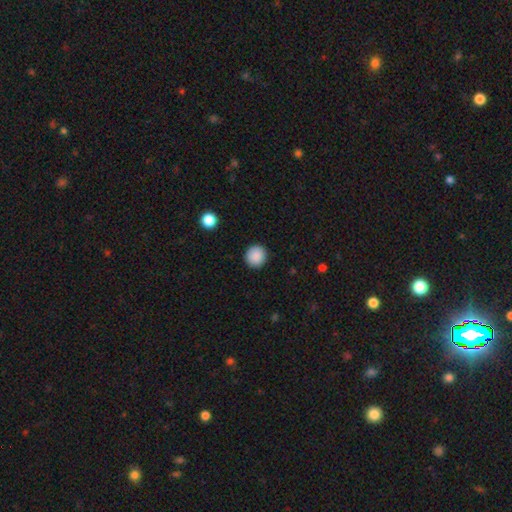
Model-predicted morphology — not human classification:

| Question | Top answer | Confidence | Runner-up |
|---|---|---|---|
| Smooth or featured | smooth | 89% | star or artifact (8%) |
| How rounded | round | 94% | in between (5%) |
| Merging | none | 92% | minor disturbance (5%) |